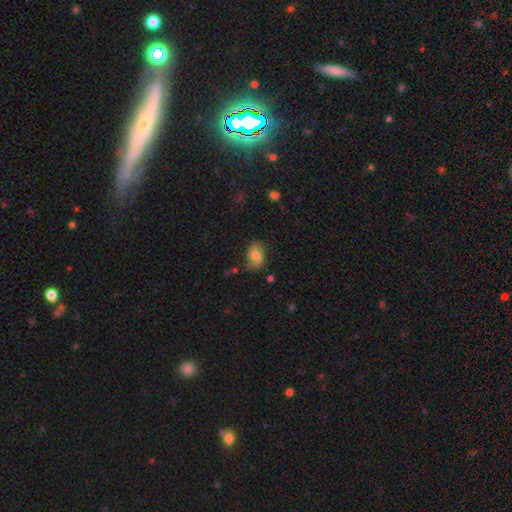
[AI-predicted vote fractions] Smooth or featured: smooth — 62% (featured or disk — 29%)
How rounded: in between — 76% (round — 22%)
Merging: none — 67% (minor disturbance — 23%)